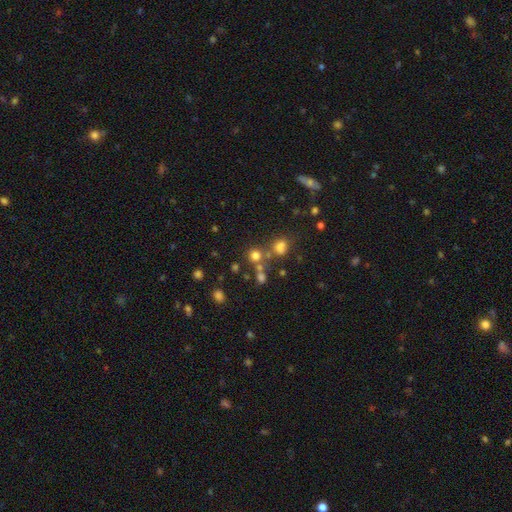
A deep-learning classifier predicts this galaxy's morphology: Smooth or featured: smooth — 71% (star or artifact — 20%)
How rounded: round — 87% (in between — 12%)
Merging: none — 62% (merger — 24%)